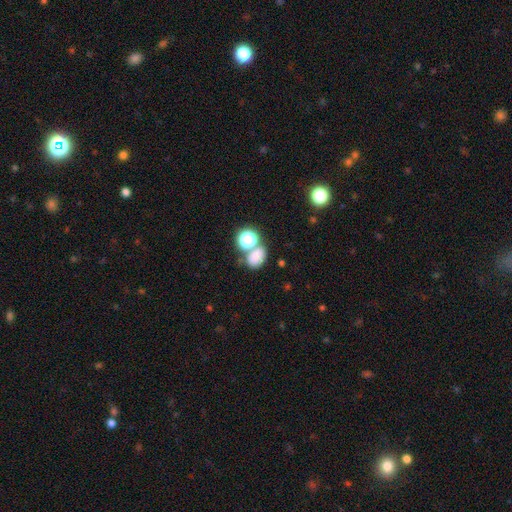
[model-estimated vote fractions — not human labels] This is likely a smooth galaxy (75%). How rounded: likely in between (64%). Merging: possibly none (49%).